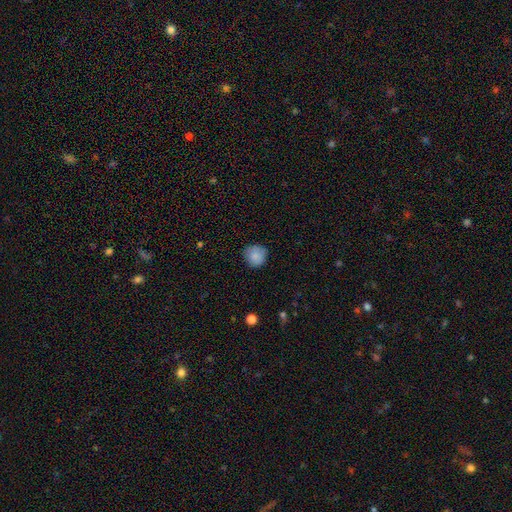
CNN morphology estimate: Smooth or featured? Predicted: smooth (p=0.85). How rounded? Predicted: round (p=0.90). Merging? Predicted: none (p=0.80).